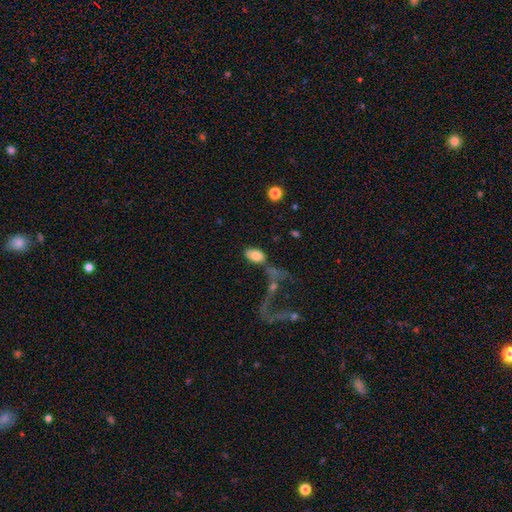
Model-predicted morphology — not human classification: Smooth or featured?
  - smooth: 74% *
  - featured or disk: 18%
  - star or artifact: 8%
How rounded?
  - in between: 90% *
  - round: 8%
  - cigar-shaped: 2%
Merging?
  - none: 45% *
  - merger: 20%
  - minor disturbance: 18%
  - major disturbance: 16%